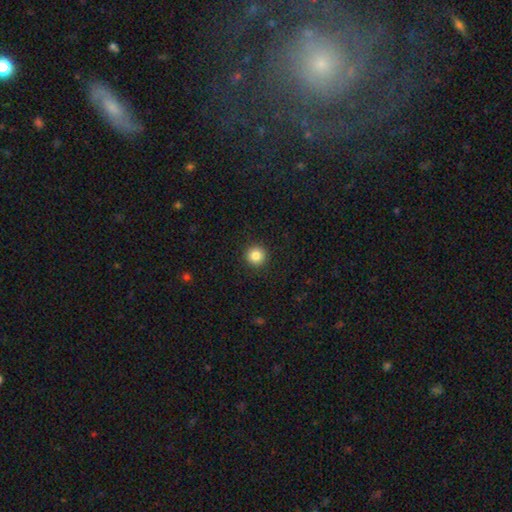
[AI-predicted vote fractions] smooth-or-featured: smooth: 85% | star or artifact: 10% | featured or disk: 5%
  how-rounded: round: 96% | in between: 4% | cigar-shaped: 1%
  merging: none: 93% | minor disturbance: 4% | major disturbance: 2% | merger: 1%